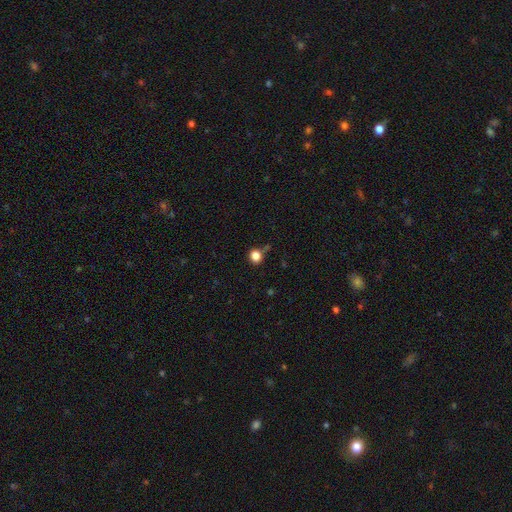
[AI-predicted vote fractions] Overall: smooth (84%). How rounded: round (75%). Merging: none (72%).